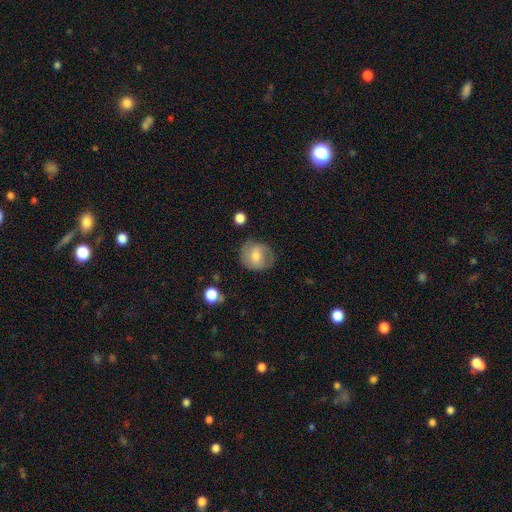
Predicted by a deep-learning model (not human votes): A smooth galaxy with no disk features (55%) that is round (73%). Merging: none (67%).